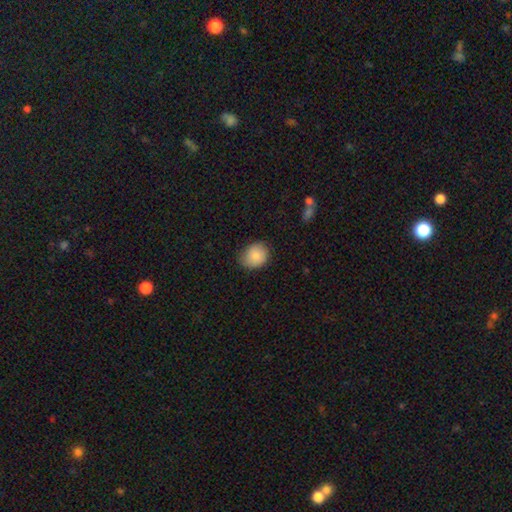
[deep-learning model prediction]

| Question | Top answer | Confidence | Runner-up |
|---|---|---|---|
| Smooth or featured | smooth | 85% | star or artifact (8%) |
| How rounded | round | 61% | in between (39%) |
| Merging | none | 73% | minor disturbance (22%) |